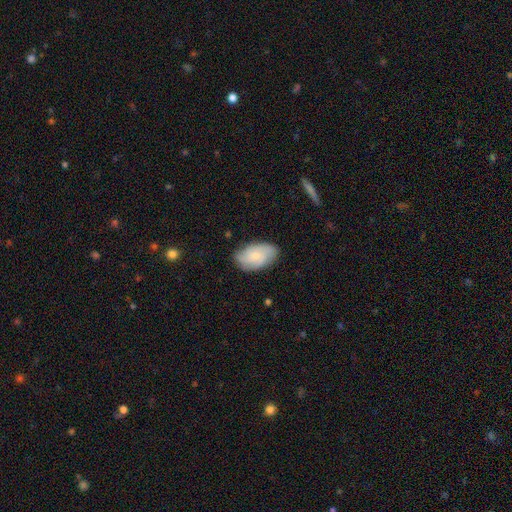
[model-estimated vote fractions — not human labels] smooth_or_featured: smooth (p=0.48) [alt: featured or disk p=0.45]
merging: none (p=0.75) [alt: minor disturbance p=0.19]